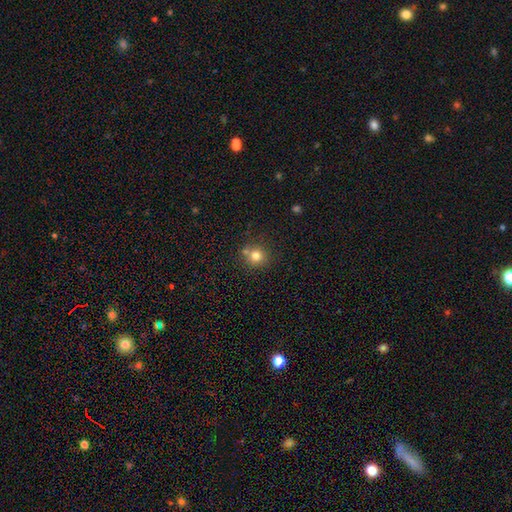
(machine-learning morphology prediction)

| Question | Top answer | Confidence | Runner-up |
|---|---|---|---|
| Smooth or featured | smooth | 79% | star or artifact (13%) |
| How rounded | round | 91% | in between (8%) |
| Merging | none | 70% | merger (17%) |